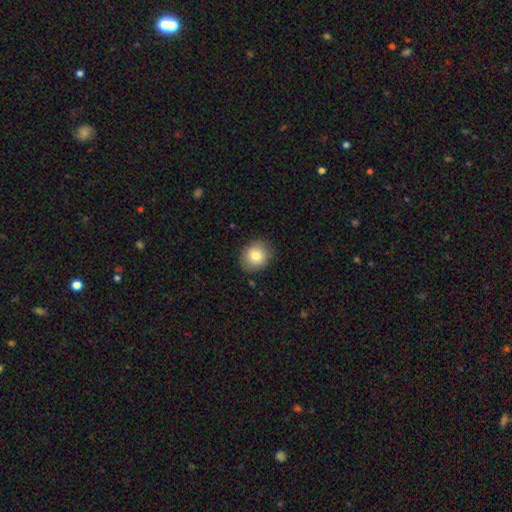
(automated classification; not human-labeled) smooth_or_featured: smooth (p=0.82) [alt: featured or disk p=0.10]
how_rounded: round (p=0.74) [alt: in between p=0.25]
merging: none (p=0.86) [alt: minor disturbance p=0.10]